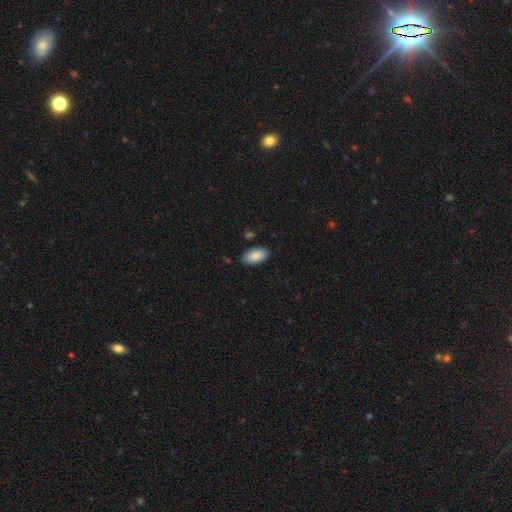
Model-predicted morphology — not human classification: A smooth galaxy with no disk features (87%) that is in between round and cigar-shaped (95%). Merging: none (85%).